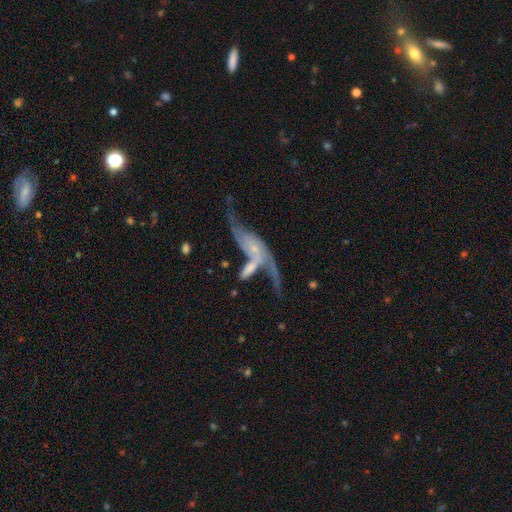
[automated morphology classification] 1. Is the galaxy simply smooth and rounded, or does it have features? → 79% featured or disk, 12% smooth, 9% star or artifact.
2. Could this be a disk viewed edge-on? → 82% no, 18% yes.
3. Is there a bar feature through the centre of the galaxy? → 63% no, 26% weak, 10% strong.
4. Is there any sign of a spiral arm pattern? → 86% yes, 14% no.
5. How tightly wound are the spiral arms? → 80% loose, 14% medium, 5% tight.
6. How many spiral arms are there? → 83% 2, 6% can't tell, 6% 1, 2% 3, 1% 4, 1% more than 4.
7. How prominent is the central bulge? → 63% small, 19% none, 15% moderate, 2% large, 1% dominant.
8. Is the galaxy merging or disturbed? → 39% merger, 31% none, 17% major disturbance, 13% minor disturbance.